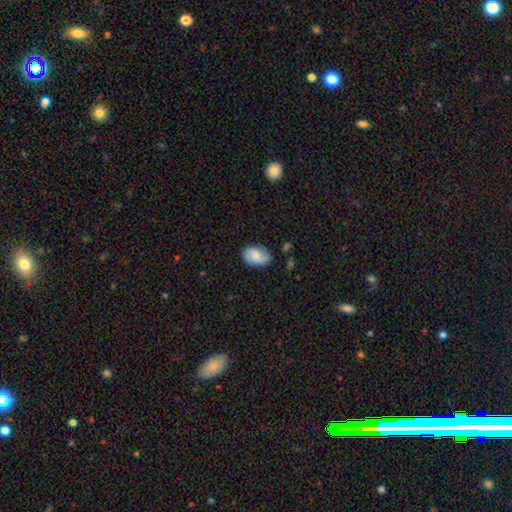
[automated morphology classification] Overall: smooth (70%). How rounded: in between (86%). Merging: none (73%).